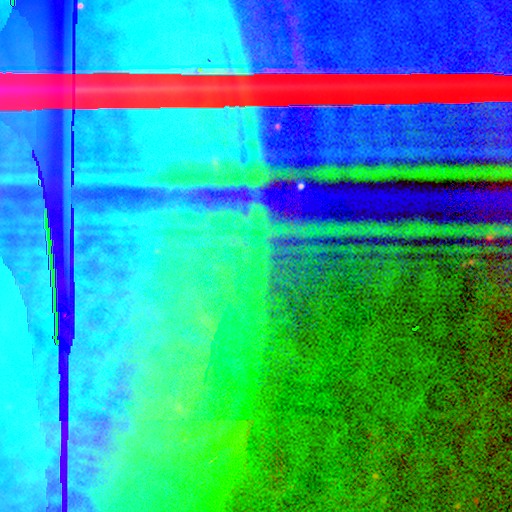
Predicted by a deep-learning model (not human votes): Overall: star or artifact (86%).